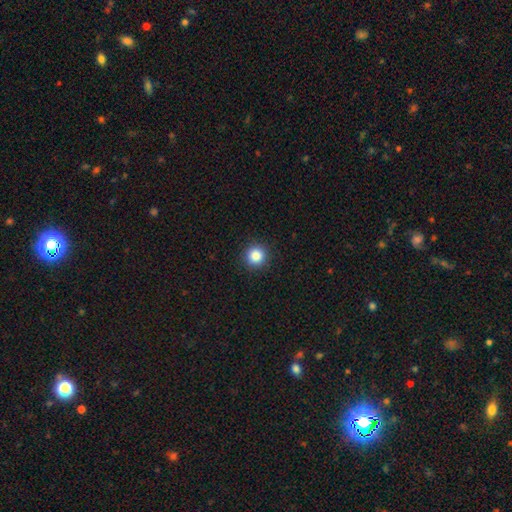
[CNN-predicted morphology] type=smooth (86%); roundness=round (95%); merging=none (92%).